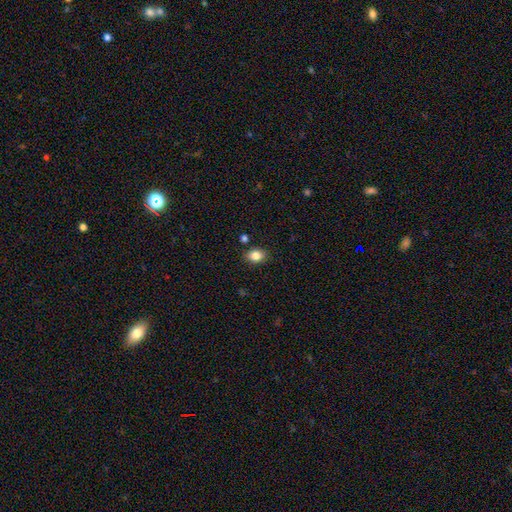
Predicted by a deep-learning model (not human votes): This is clearly a smooth galaxy (84%). How rounded: likely in between (71%). Merging: clearly none (85%).